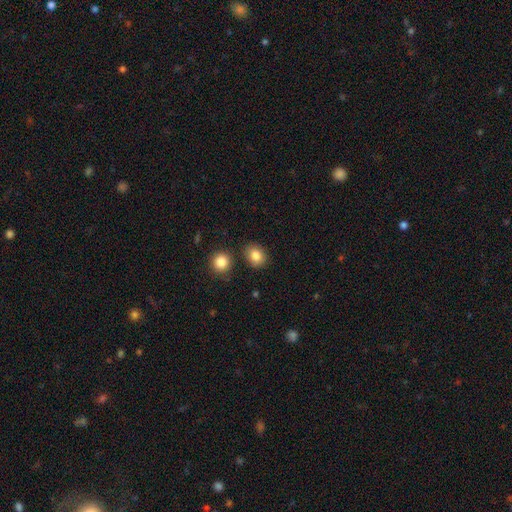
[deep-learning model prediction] smooth_or_featured: smooth (p=0.85) [alt: star or artifact p=0.09]
how_rounded: round (p=0.52) [alt: in between p=0.47]
merging: none (p=0.80) [alt: minor disturbance p=0.11]